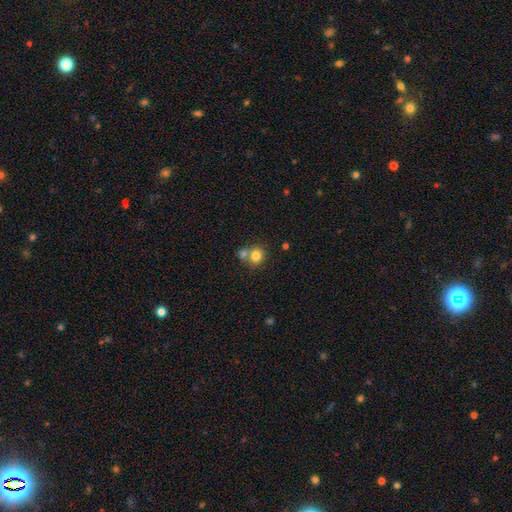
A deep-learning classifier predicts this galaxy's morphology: The model was most divided on "merging": none: 48%, merger: 41%, minor disturbance: 8%, major disturbance: 3%. More confident: how rounded — round (81%); smooth or featured — smooth (80%).